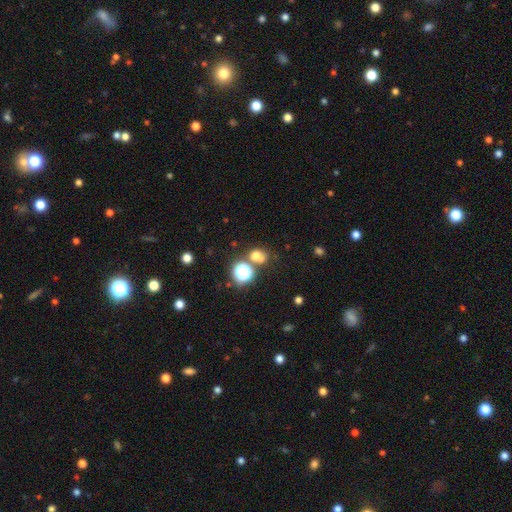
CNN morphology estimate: Smooth or featured: smooth — 63% (star or artifact — 27%)
How rounded: round — 68% (in between — 31%)
Merging: none — 55% (merger — 28%)